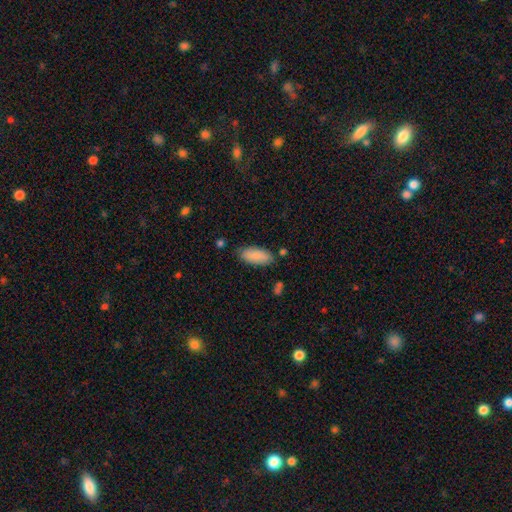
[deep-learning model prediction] smooth 88%, featured or disk 6%, star or artifact 6%. Down the decision tree: how rounded — in between (85%); merging — none (79%).